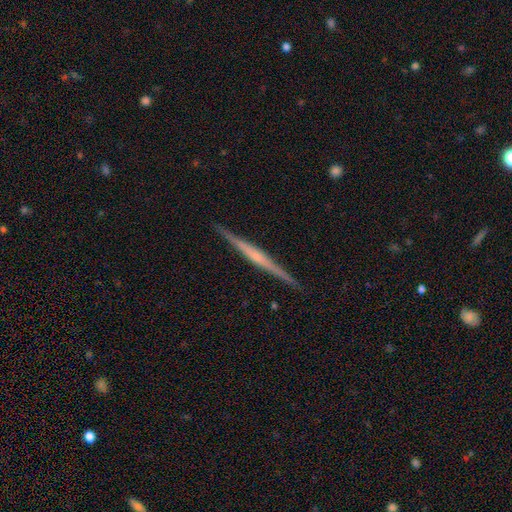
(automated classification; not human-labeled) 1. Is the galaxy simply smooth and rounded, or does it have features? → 76% featured or disk, 19% smooth, 5% star or artifact.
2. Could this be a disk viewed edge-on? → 98% yes, 2% no.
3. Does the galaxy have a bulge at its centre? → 43% rounded, 41% none, 16% boxy.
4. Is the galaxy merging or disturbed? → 92% none, 6% minor disturbance, 1% major disturbance, 1% merger.